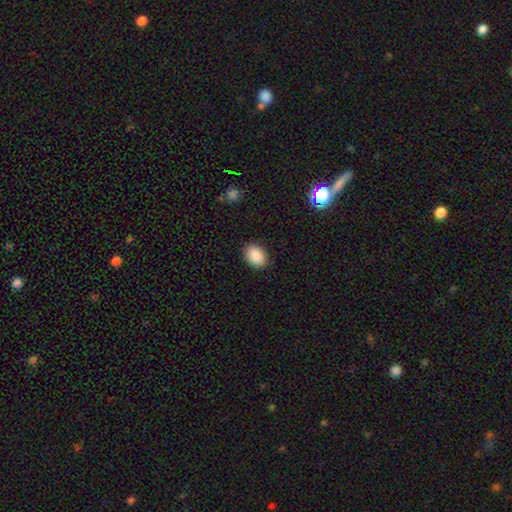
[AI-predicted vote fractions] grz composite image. It shows a smooth galaxy with no disk features (90%) that is in between round and cigar-shaped (73%). Merging: none (89%).